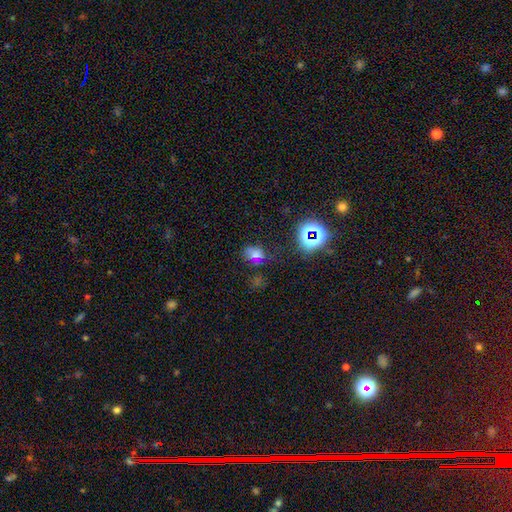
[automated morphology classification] This appears to be a smooth galaxy with no disk features (52%) that is in between round and cigar-shaped (65%). Merging: none (60%).